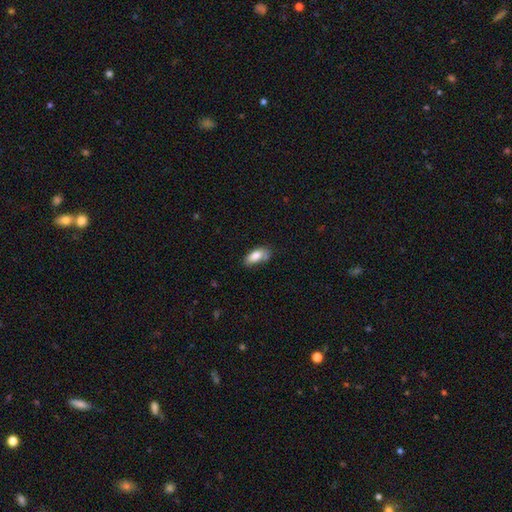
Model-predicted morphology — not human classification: Overall: smooth (83%). How rounded: in between (87%). Merging: none (54%; minor disturbance 31%).